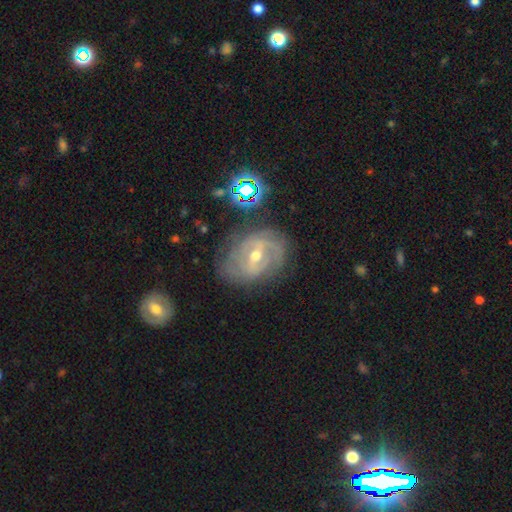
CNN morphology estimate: Smooth or featured: featured or disk — 84% (smooth — 9%)
Edge-on disk: no — 95% (yes — 5%)
Bar: weak — 44% (strong — 42%)
Spiral arms: yes — 86% (no — 14%)
Spiral winding: tight — 56% (medium — 33%)
Spiral arm count: 2 — 37% (can't tell — 34%)
Bulge size: moderate — 61% (small — 36%)
Merging: none — 70% (minor disturbance — 19%)